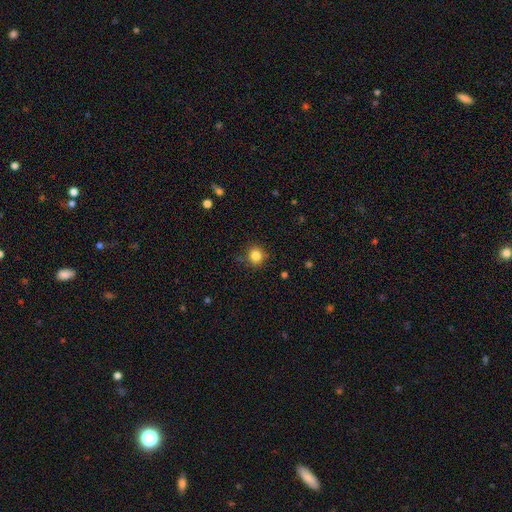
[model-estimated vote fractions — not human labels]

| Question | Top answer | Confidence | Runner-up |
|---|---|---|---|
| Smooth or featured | smooth | 83% | star or artifact (12%) |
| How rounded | round | 91% | in between (8%) |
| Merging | none | 85% | minor disturbance (11%) |